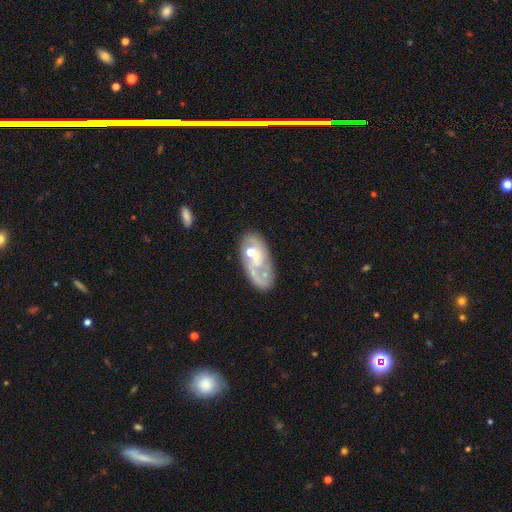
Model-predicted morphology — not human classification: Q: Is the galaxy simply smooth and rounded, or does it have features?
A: featured or disk — 67%.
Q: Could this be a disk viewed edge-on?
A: no — 94%.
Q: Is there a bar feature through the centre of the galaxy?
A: no — 72%.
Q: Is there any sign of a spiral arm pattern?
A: yes — 64%.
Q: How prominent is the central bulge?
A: moderate — 46%.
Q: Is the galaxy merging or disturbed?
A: none — 40%.